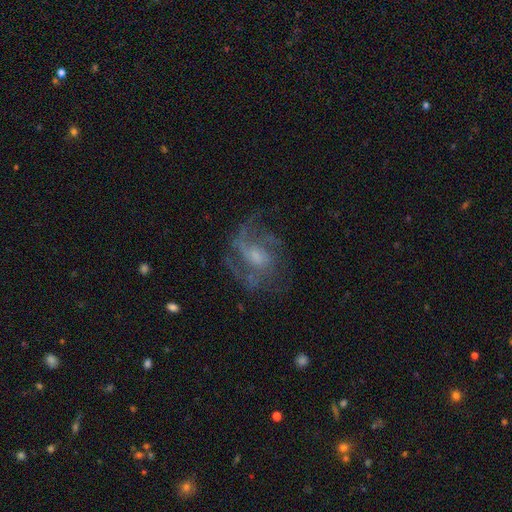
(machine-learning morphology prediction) Smooth or featured: featured or disk — 78% (smooth — 13%)
Edge-on disk: no — 97% (yes — 3%)
Bar: no — 54% (weak — 38%)
Spiral arms: yes — 86% (no — 14%)
Spiral winding: medium — 47% (loose — 30%)
Spiral arm count: 3 — 28% (can't tell — 27%)
Bulge size: small — 45% (moderate — 36%)
Merging: none — 55% (major disturbance — 25%)